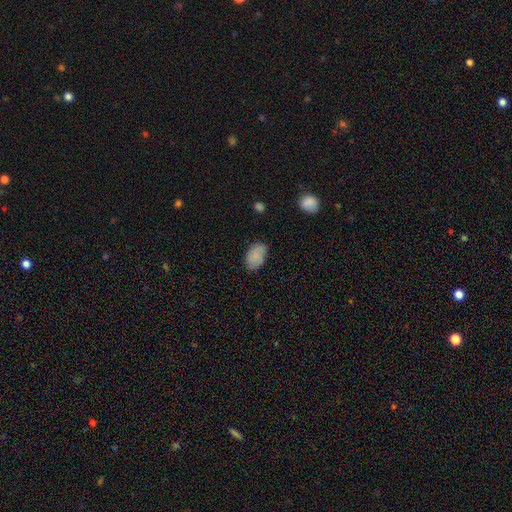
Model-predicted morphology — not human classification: smooth-or-featured: smooth: 84% | featured or disk: 8% | star or artifact: 8%
  how-rounded: in between: 92% | round: 6% | cigar-shaped: 1%
  merging: none: 81% | minor disturbance: 15% | major disturbance: 3% | merger: 1%